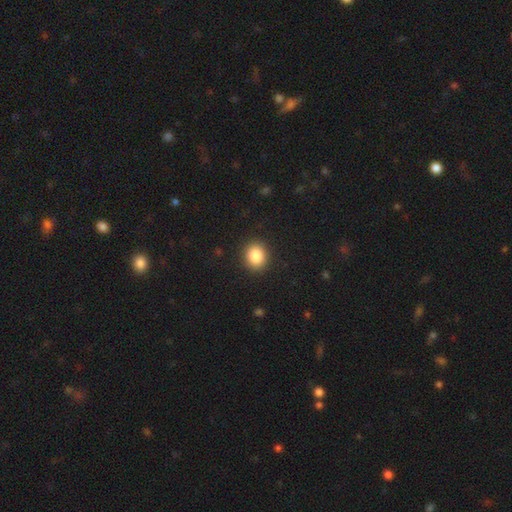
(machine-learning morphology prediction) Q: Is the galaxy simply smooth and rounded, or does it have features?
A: smooth — 86%.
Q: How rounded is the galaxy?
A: round — 71%.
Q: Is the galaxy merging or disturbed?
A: none — 90%.